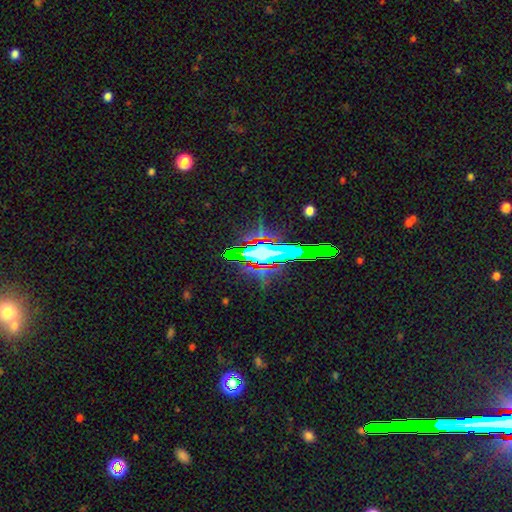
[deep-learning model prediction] This is likely a star or artifact rather than a galaxy (64%).